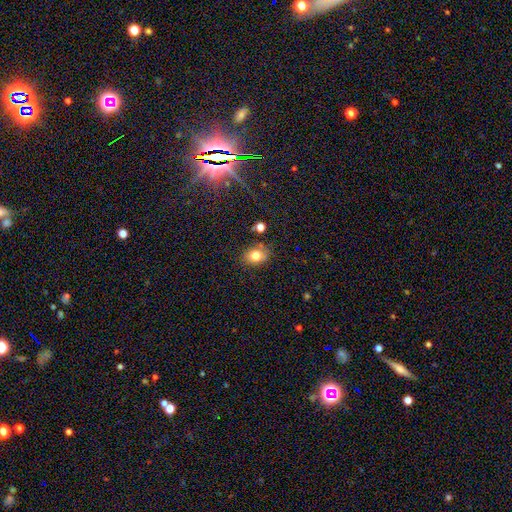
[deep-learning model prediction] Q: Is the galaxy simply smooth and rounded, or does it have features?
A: smooth — 77%.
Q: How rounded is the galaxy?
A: in between — 62%.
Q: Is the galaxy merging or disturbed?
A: none — 74%.